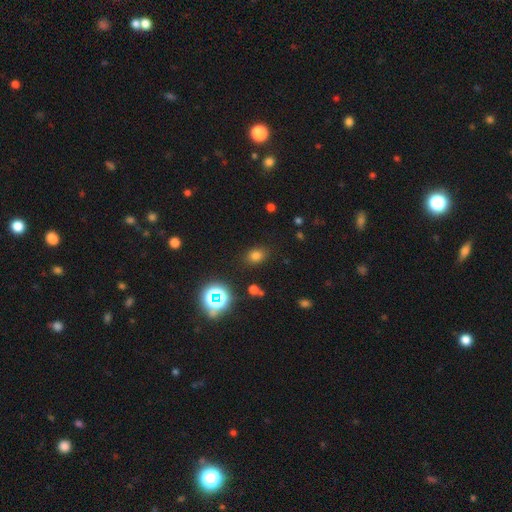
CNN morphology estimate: Smooth or featured? Predicted: smooth (p=0.72). How rounded? Predicted: in between (p=0.62). Merging? Predicted: none (p=0.85).